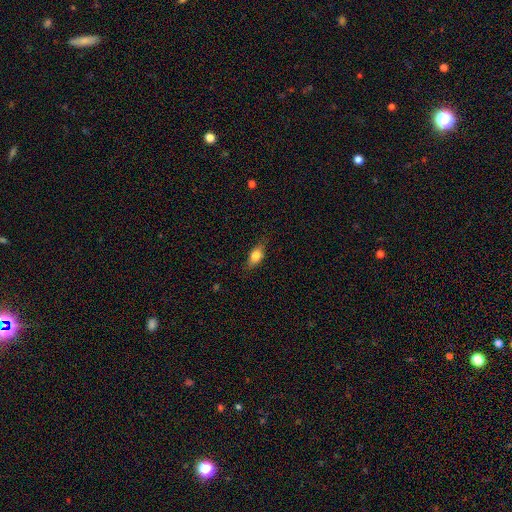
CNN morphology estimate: Smooth or featured? smooth (75%)
How rounded? in between (78%)
Merging? none (77%)